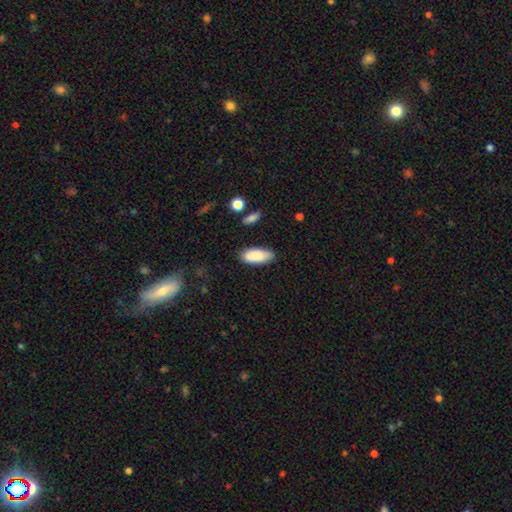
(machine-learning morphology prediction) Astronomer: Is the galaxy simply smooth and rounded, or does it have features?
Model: smooth — 87%.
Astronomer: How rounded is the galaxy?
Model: in between — 83%.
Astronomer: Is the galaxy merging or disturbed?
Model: none — 81%.